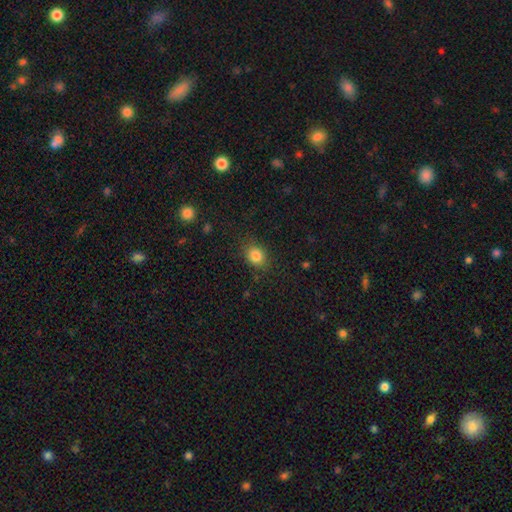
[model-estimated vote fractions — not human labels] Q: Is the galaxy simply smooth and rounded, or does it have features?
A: smooth — 84%.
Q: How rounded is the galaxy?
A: round — 54%.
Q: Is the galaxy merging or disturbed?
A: none — 82%.